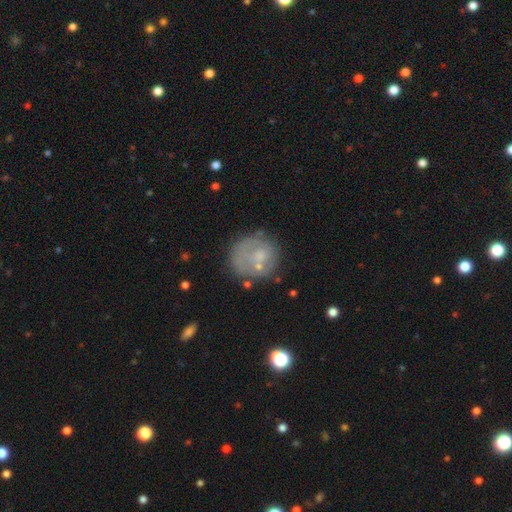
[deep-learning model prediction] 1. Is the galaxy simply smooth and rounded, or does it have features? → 49% smooth, 40% featured or disk, 12% star or artifact.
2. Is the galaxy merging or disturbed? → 57% none, 21% minor disturbance, 15% major disturbance, 7% merger.